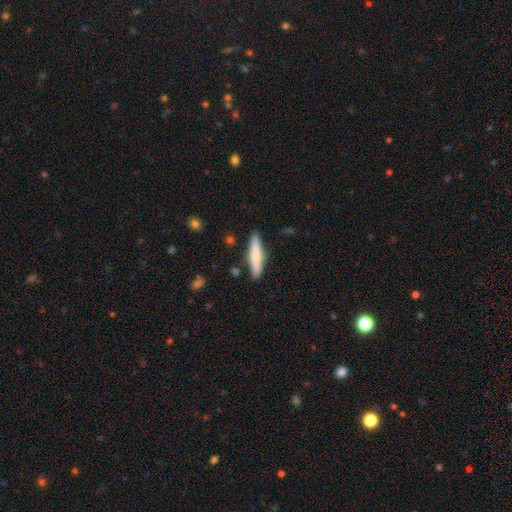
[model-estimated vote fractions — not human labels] smooth 67%, featured or disk 27%, star or artifact 6%. Down the decision tree: how rounded — cigar-shaped (84%); merging — none (85%).